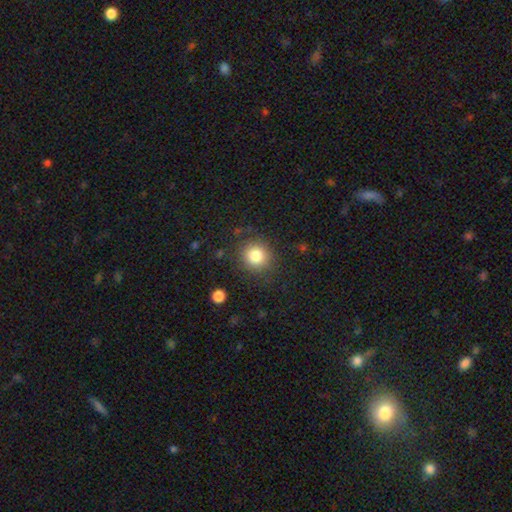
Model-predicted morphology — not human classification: The model was most divided on "smooth or featured": smooth: 82%, star or artifact: 11%, featured or disk: 7%. More confident: how rounded — round (89%); merging — none (85%).